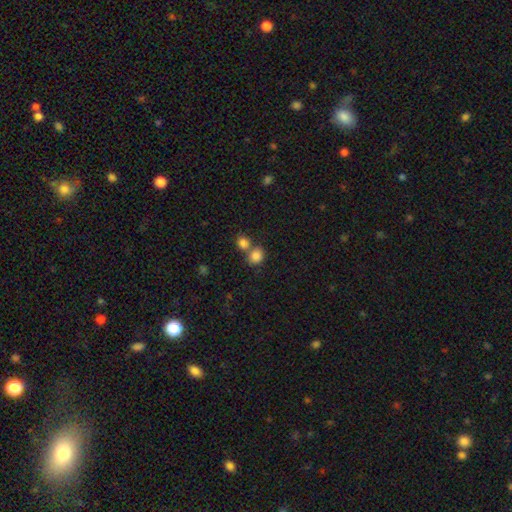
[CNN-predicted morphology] Q: Smooth or featured?
A: smooth (84%); runner-up: star or artifact (10%)
Q: How rounded?
A: round (72%); runner-up: in between (27%)
Q: Merging?
A: none (47%); runner-up: merger (42%)